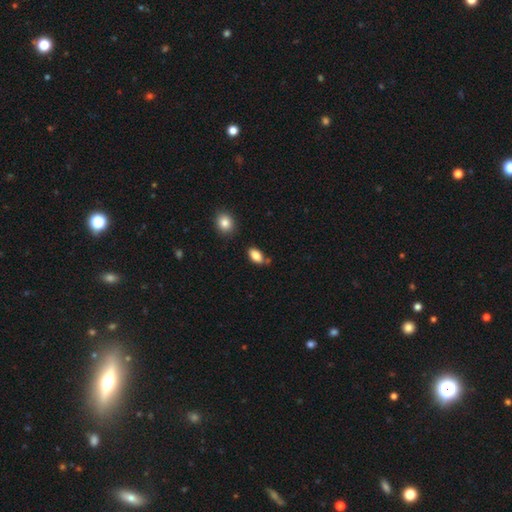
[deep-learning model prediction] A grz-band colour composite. It shows a smooth galaxy with no disk features (85%) that is in between round and cigar-shaped (91%). Merging: none (71%).